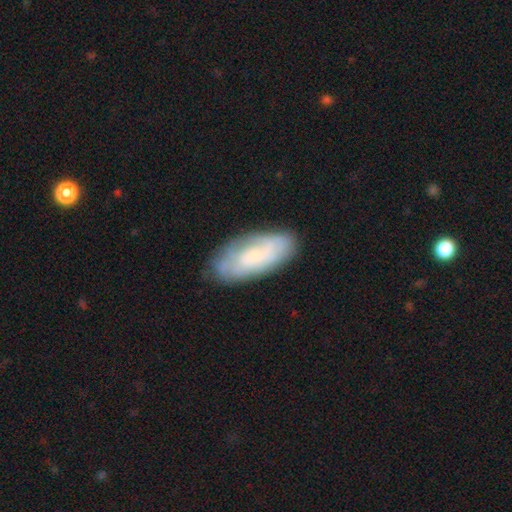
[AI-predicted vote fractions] This appears to be a smooth galaxy with no disk features (49%). Merging: none (73%).